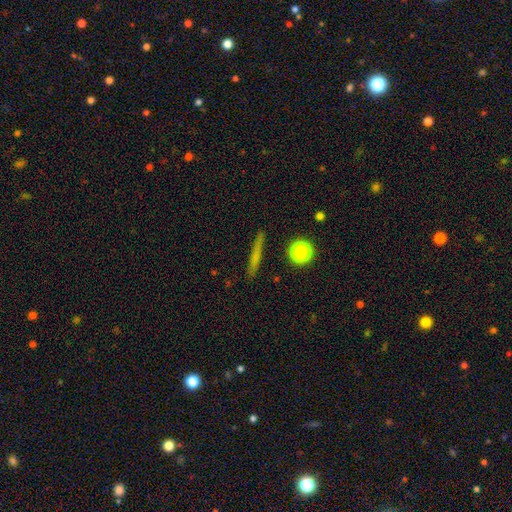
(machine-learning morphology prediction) This appears to be a smooth galaxy with no disk features (59%) that is cigar-shaped (89%). Merging: none (89%).